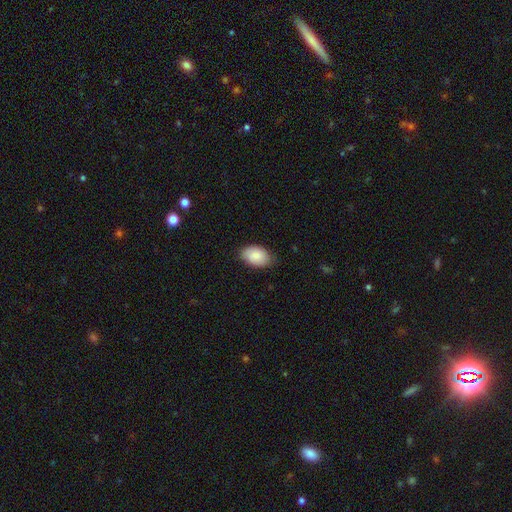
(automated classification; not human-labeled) Q: Smooth or featured?
A: smooth (86%); runner-up: featured or disk (8%)
Q: How rounded?
A: in between (91%); runner-up: round (8%)
Q: Merging?
A: none (79%); runner-up: minor disturbance (17%)